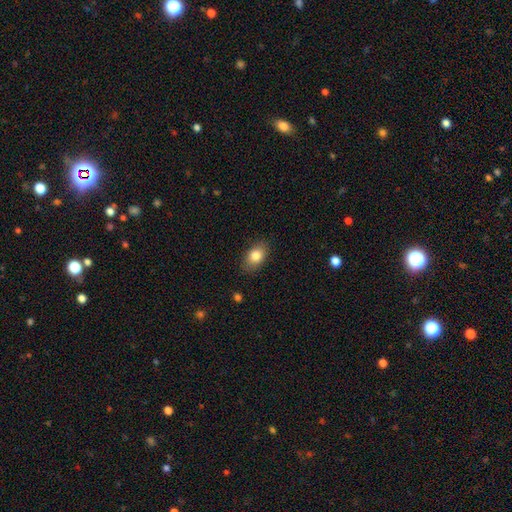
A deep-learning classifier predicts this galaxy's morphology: A smooth galaxy with no disk features (82%) that is in between round and cigar-shaped (85%).

Vote fractions:
- Smooth or featured? smooth: 82% / featured or disk: 10% / star or artifact: 8%
- How rounded? in between: 85% / round: 13% / cigar-shaped: 2%
- Merging? none: 85% / minor disturbance: 11% / major disturbance: 3% / merger: 1%